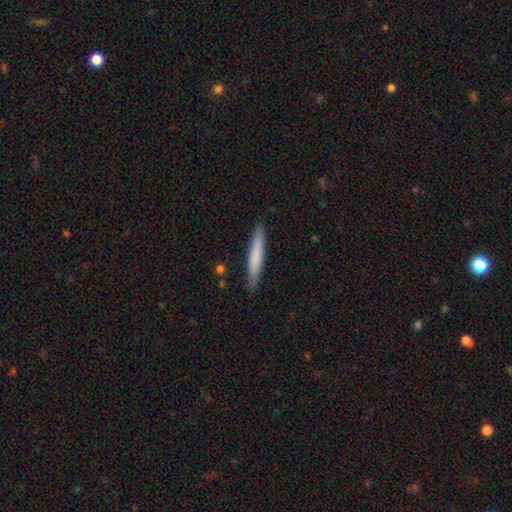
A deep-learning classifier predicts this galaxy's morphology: The model was most divided on "smooth or featured": smooth: 73%, featured or disk: 21%, star or artifact: 5%. More confident: how rounded — cigar-shaped (95%); merging — none (88%).